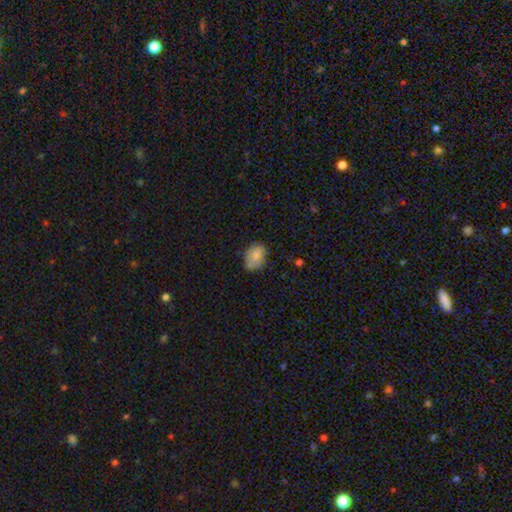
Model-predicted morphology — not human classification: This appears to be a smooth galaxy with no disk features (79%) that is in between round and cigar-shaped (70%). Merging: none (66%).